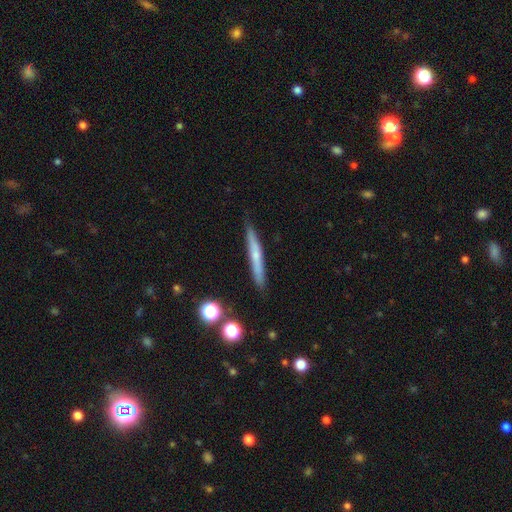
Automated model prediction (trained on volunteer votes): Smooth or featured?
  - smooth: 49% *
  - featured or disk: 44%
  - star or artifact: 7%
Merging?
  - none: 87% *
  - minor disturbance: 10%
  - major disturbance: 2%
  - merger: 2%